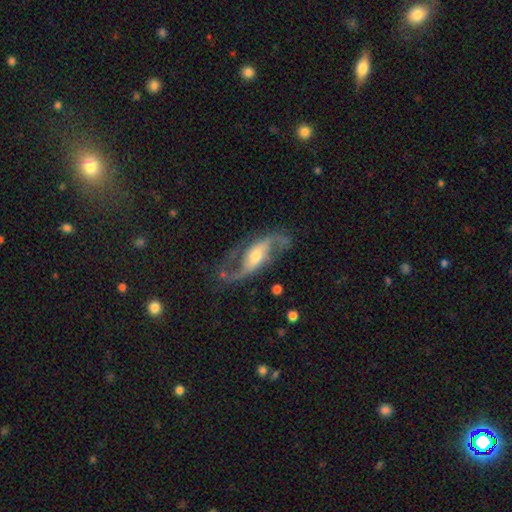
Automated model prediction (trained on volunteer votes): This appears to be a featured or disk galaxy (89%) with a weak bar (40%), 2 (92%) loose (57%) spiral arms (96%) and a moderate central bulge (56%). Merging: none (71%).